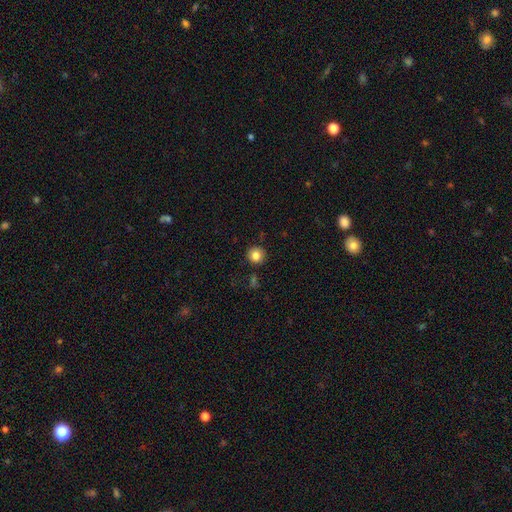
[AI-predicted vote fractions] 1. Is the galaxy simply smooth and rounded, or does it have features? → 83% smooth, 10% star or artifact, 6% featured or disk.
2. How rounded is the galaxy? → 93% round, 6% in between, 1% cigar-shaped.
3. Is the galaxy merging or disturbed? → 89% none, 7% minor disturbance, 2% merger, 2% major disturbance.